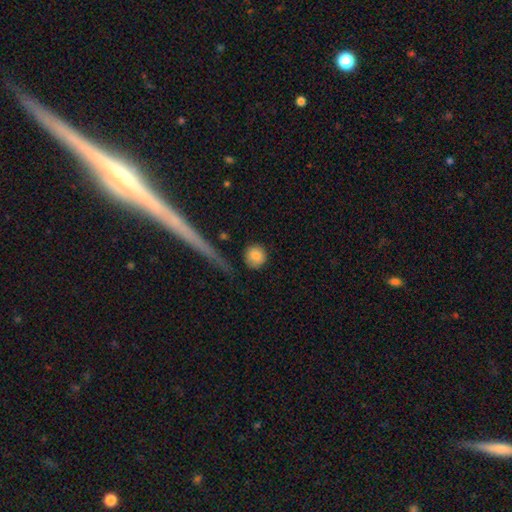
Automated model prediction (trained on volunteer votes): Smooth or featured?
  - smooth: 83% *
  - featured or disk: 9%
  - star or artifact: 8%
How rounded?
  - round: 93% *
  - in between: 5%
  - cigar-shaped: 2%
Merging?
  - none: 83% *
  - minor disturbance: 10%
  - major disturbance: 4%
  - merger: 3%